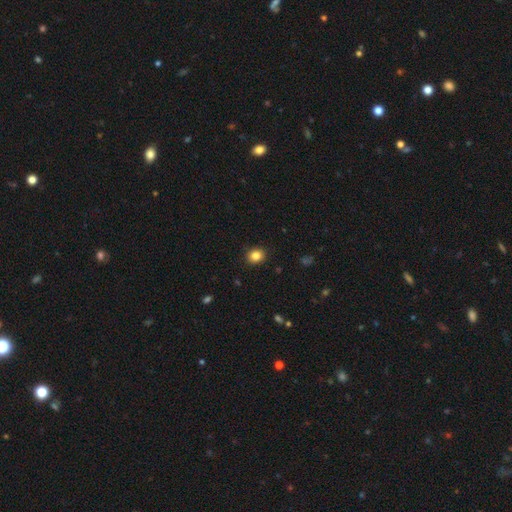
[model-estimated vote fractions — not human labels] Smooth or featured?
  - smooth: 85% *
  - star or artifact: 11%
  - featured or disk: 5%
How rounded?
  - round: 67% *
  - in between: 32%
  - cigar-shaped: 1%
Merging?
  - none: 90% *
  - minor disturbance: 7%
  - major disturbance: 2%
  - merger: 1%